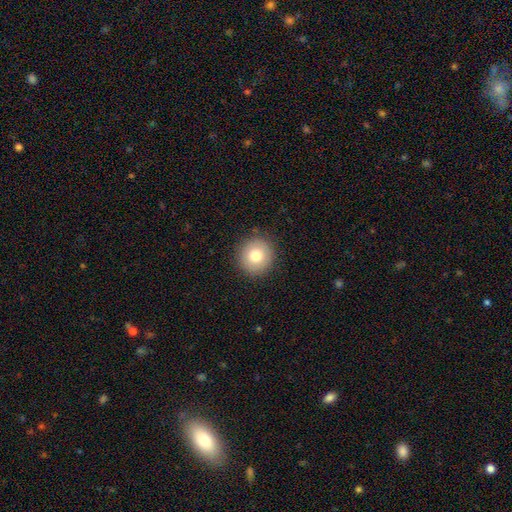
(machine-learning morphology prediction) smooth-or-featured: smooth: 78% | featured or disk: 12% | star or artifact: 9%
  how-rounded: round: 93% | in between: 6% | cigar-shaped: 1%
  merging: none: 90% | minor disturbance: 7% | major disturbance: 2% | merger: 1%